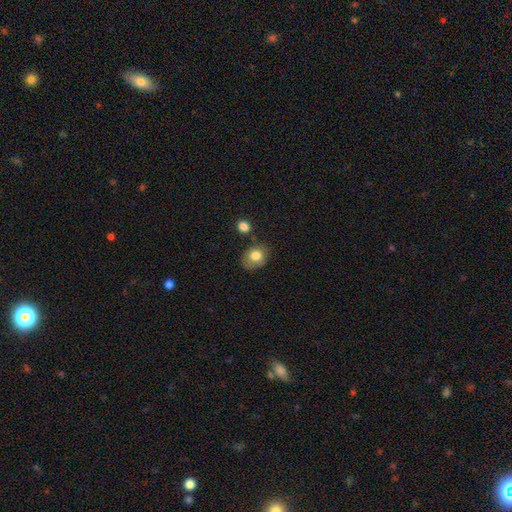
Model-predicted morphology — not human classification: smooth_or_featured: smooth (p=0.78) [alt: featured or disk p=0.13]
how_rounded: in between (p=0.50) [alt: round p=0.49]
merging: none (p=0.66) [alt: minor disturbance p=0.21]